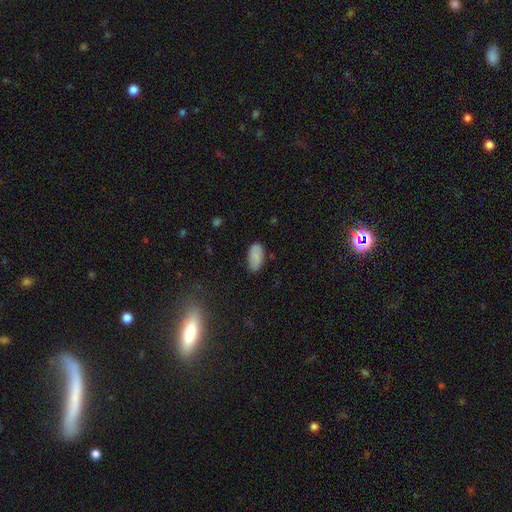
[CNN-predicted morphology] Smooth or featured? Predicted: smooth (p=0.81). How rounded? Predicted: in between (p=0.94). Merging? Predicted: none (p=0.79).